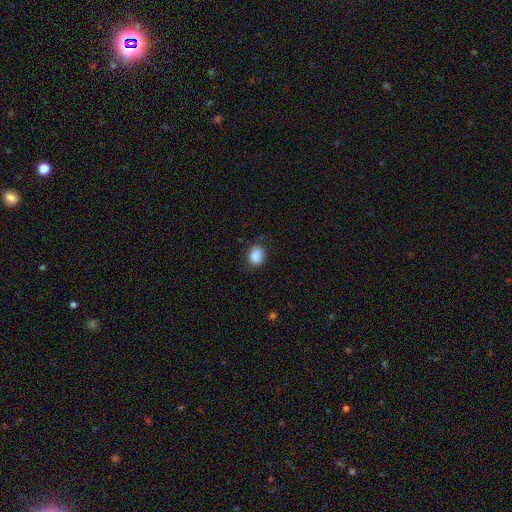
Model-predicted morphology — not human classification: Q: Smooth or featured?
A: smooth (87%); runner-up: star or artifact (9%)
Q: How rounded?
A: in between (62%); runner-up: round (37%)
Q: Merging?
A: none (74%); runner-up: minor disturbance (20%)